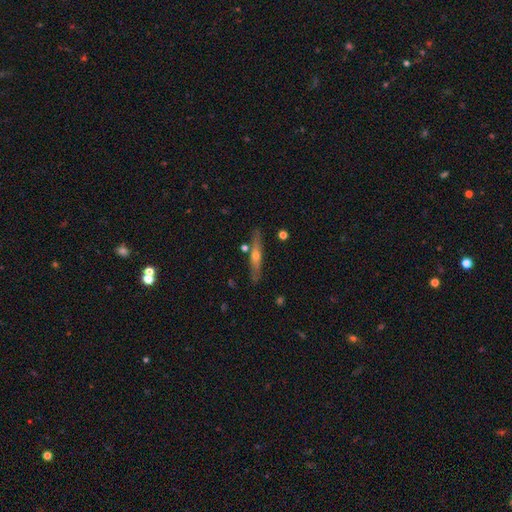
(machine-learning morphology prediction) smooth-or-featured: featured or disk: 66% | smooth: 27% | star or artifact: 7%
  disk-edge-on: yes: 92% | no: 8%
    edge-on-bulge: rounded: 86% | none: 11% | boxy: 3%
  merging: none: 84% | minor disturbance: 10% | merger: 4% | major disturbance: 2%